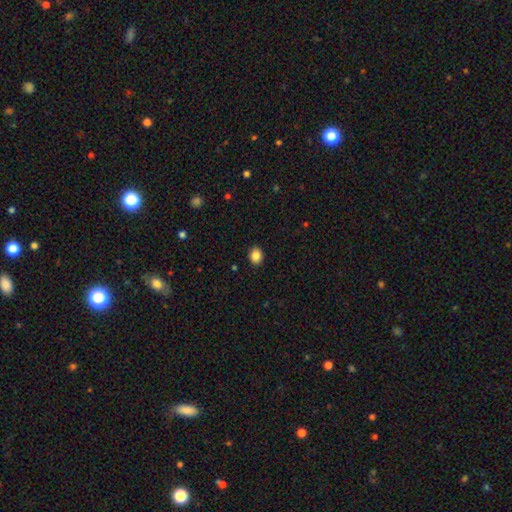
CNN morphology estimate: A smooth galaxy with no disk features (86%) that is round (57%). Merging: none (90%).